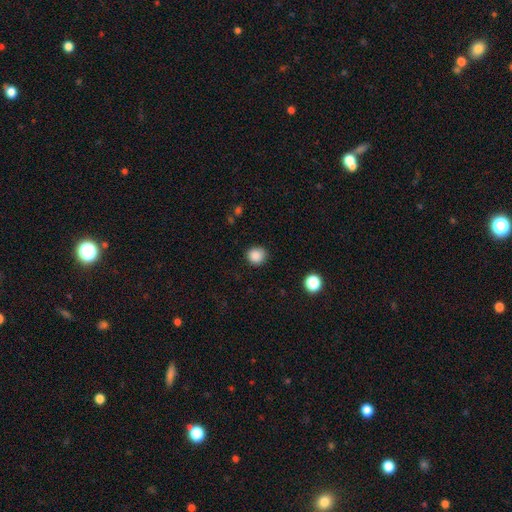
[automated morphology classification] A smooth galaxy with no disk features (86%) that is round (89%). Merging: none (85%).